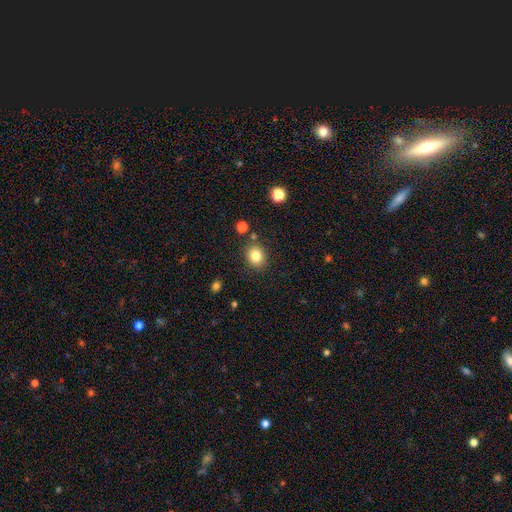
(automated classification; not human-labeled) This appears to be a smooth galaxy with no disk features (82%) that is round (67%). Merging: none (85%).